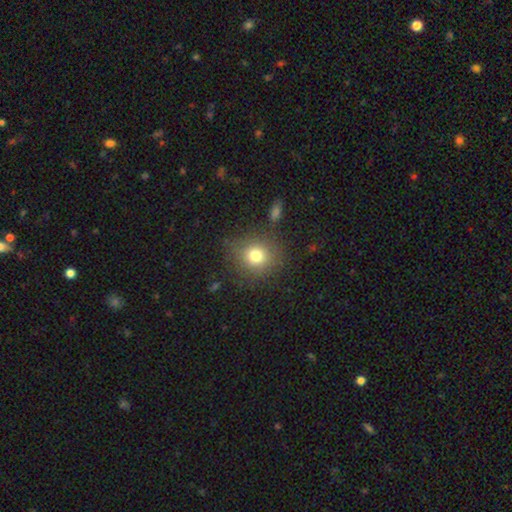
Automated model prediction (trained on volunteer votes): Overall: smooth (76%). How rounded: round (87%). Merging: none (82%).